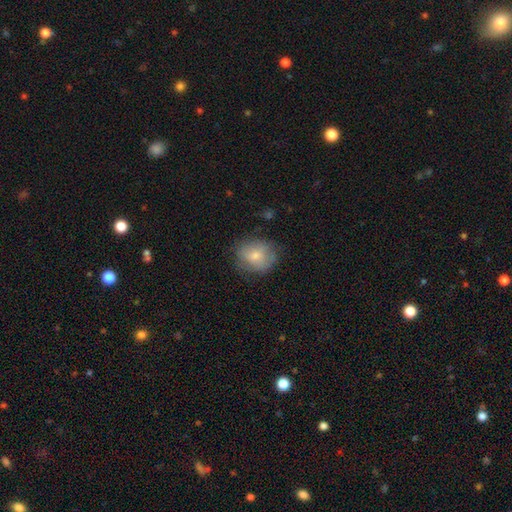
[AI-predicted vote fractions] Smooth or featured?
  - smooth: 73% *
  - featured or disk: 20%
  - star or artifact: 7%
How rounded?
  - round: 66% *
  - in between: 33%
  - cigar-shaped: 1%
Merging?
  - none: 71% *
  - minor disturbance: 21%
  - major disturbance: 7%
  - merger: 1%